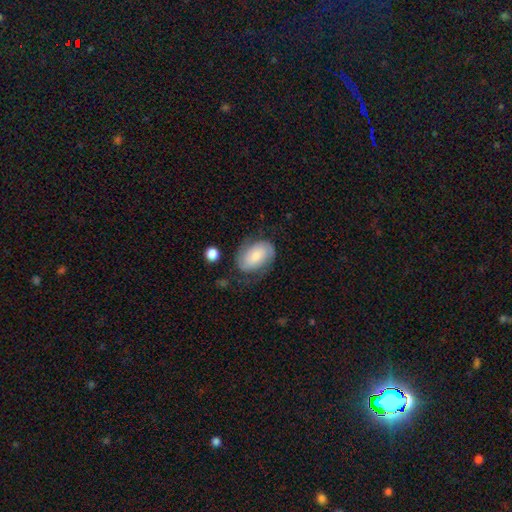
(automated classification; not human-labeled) A smooth galaxy with no disk features (49%). Merging: none (61%).